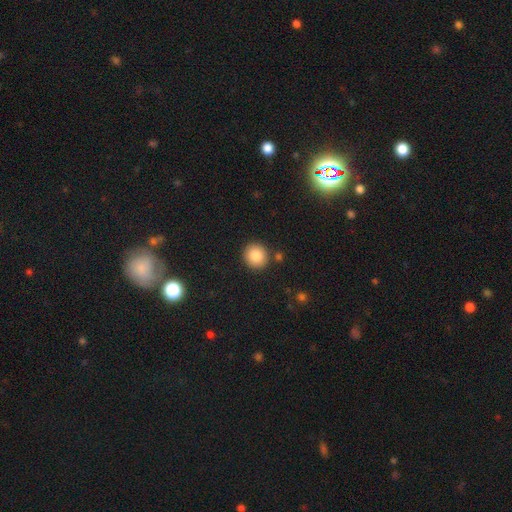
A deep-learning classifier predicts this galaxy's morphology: Q: Smooth or featured?
A: smooth (84%); runner-up: star or artifact (9%)
Q: How rounded?
A: round (90%); runner-up: in between (9%)
Q: Merging?
A: none (88%); runner-up: minor disturbance (6%)